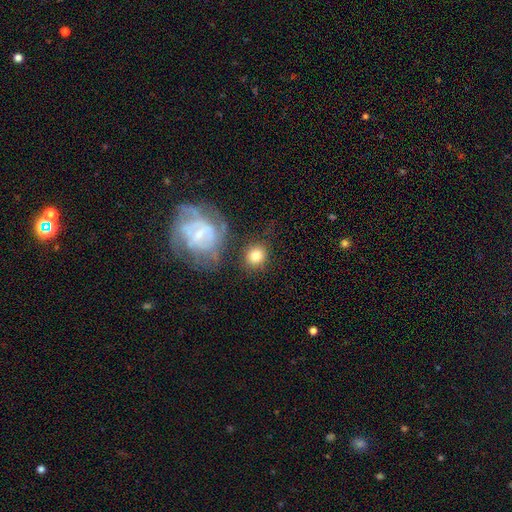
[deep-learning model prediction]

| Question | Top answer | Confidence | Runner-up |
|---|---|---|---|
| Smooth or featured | smooth | 76% | featured or disk (16%) |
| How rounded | round | 84% | in between (15%) |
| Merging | none | 75% | minor disturbance (11%) |